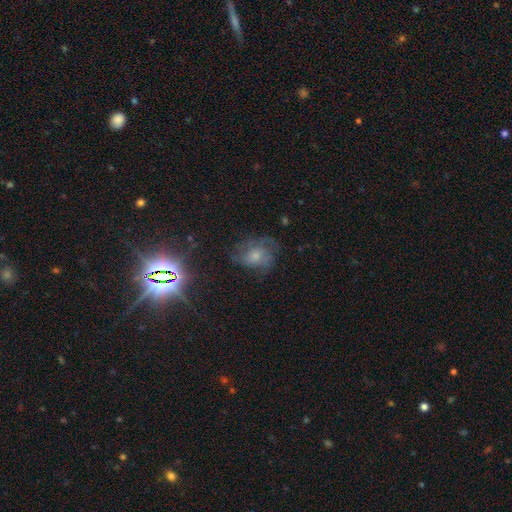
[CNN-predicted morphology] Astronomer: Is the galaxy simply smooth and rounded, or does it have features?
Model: featured or disk — 54% (runner-up: smooth, 29%).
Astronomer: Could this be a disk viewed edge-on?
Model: no — 97%.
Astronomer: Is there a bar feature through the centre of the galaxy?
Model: no — 80%.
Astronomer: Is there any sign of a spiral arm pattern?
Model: yes — 77%.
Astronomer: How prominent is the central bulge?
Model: small — 46% (runner-up: moderate, 39%).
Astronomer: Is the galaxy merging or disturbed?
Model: none — 54%.